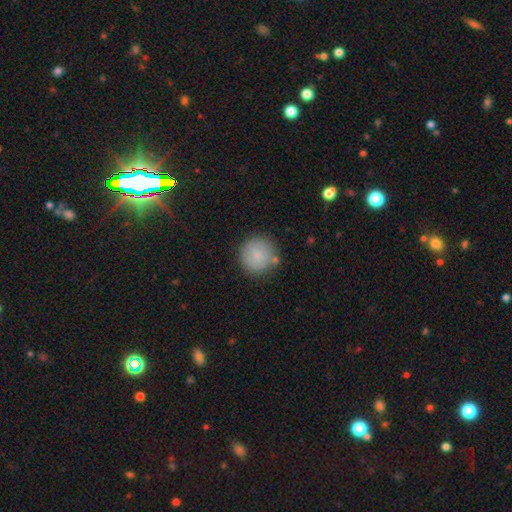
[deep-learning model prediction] A smooth galaxy with no disk features (81%) that is round (95%).

Vote fractions:
- Smooth or featured? smooth: 81% / featured or disk: 11% / star or artifact: 8%
- How rounded? round: 95% / in between: 4% / cigar-shaped: 1%
- Merging? none: 83% / minor disturbance: 10% / merger: 4% / major disturbance: 3%